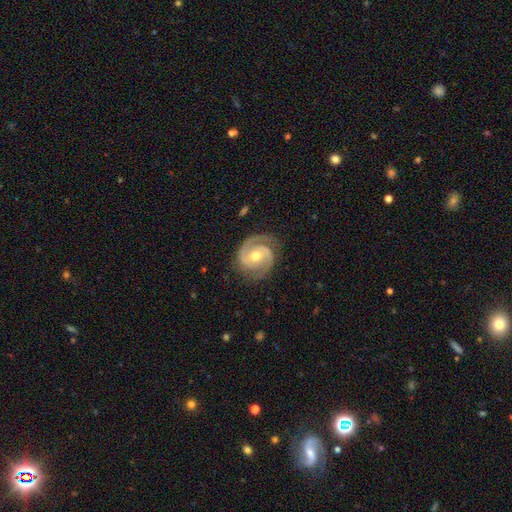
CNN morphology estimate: This is clearly a featured or disk galaxy (90%). It is clearly not viewed edge-on (98%). Bar: possibly no (56%). Spiral arm pattern: clearly yes (98%). Spiral arm count: clearly 2 (87%). Spiral winding: possibly tight (53%). Central bulge: likely moderate (69%). Merging: likely none (79%).